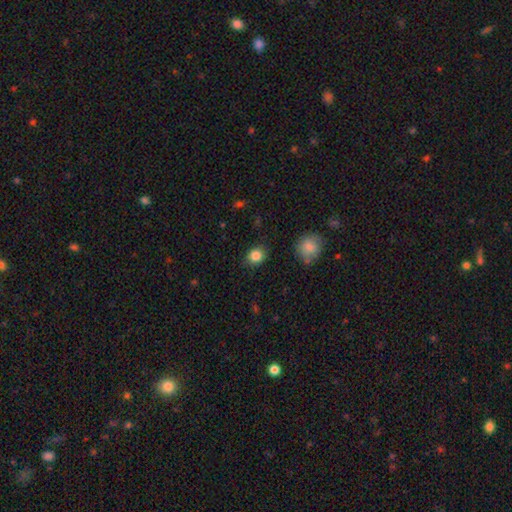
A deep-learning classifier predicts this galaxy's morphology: A smooth galaxy with no disk features (85%) that is round (65%). Merging: none (86%).